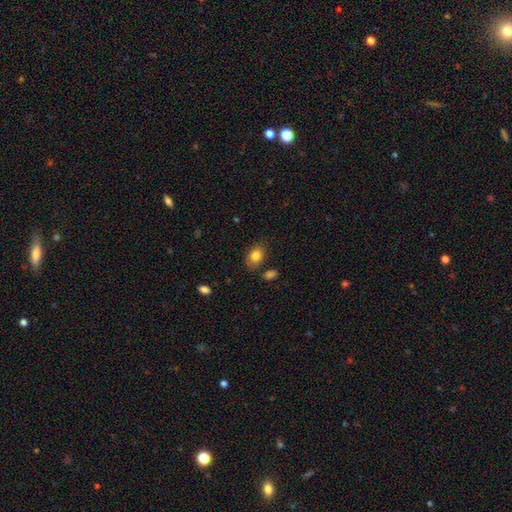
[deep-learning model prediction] Smooth or featured: smooth — 83% (featured or disk — 9%)
How rounded: in between — 78% (round — 21%)
Merging: none — 73% (minor disturbance — 18%)